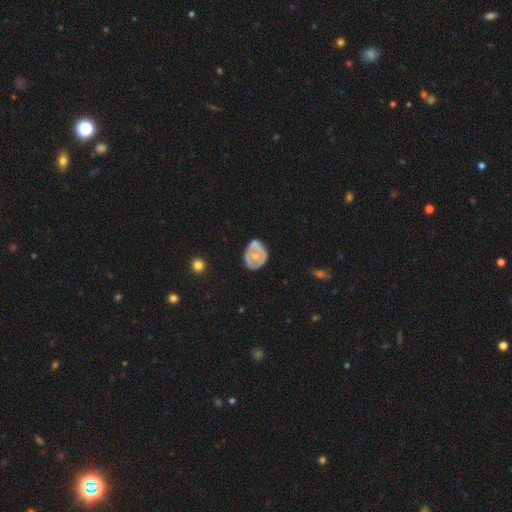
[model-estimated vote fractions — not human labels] Q: Smooth or featured?
A: featured or disk (54%); runner-up: smooth (40%)
Q: Edge-on disk?
A: no (96%); runner-up: yes (4%)
Q: Bar?
A: no (81%); runner-up: weak (15%)
Q: Spiral arms?
A: no (77%); runner-up: yes (23%)
Q: Bulge size?
A: small (44%); runner-up: moderate (42%)
Q: Merging?
A: none (51%); runner-up: minor disturbance (30%)